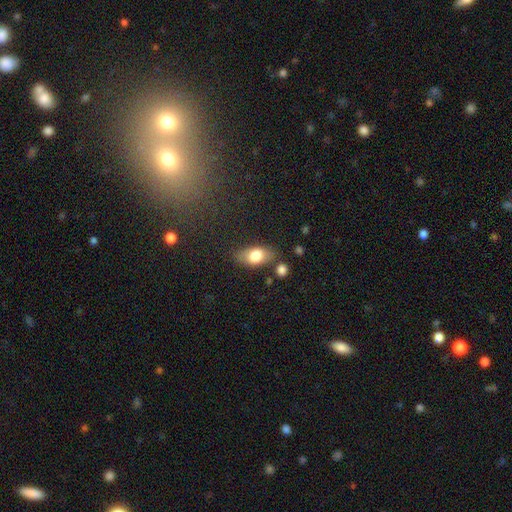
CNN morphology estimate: Smooth or featured?
  - smooth: 75% *
  - featured or disk: 18%
  - star or artifact: 7%
How rounded?
  - in between: 87% *
  - round: 7%
  - cigar-shaped: 6%
Merging?
  - none: 74% *
  - minor disturbance: 16%
  - merger: 6%
  - major disturbance: 4%